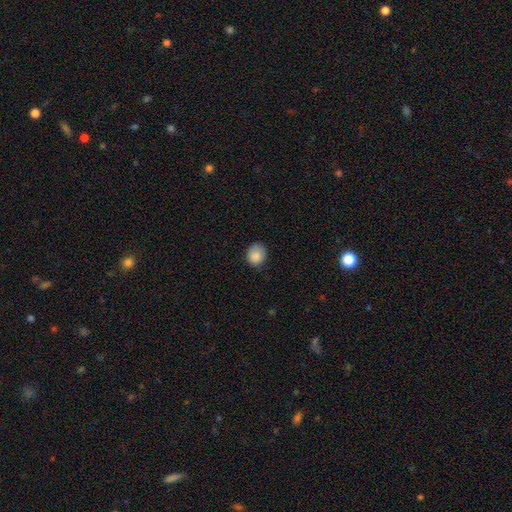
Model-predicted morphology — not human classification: smooth 86%, star or artifact 9%, featured or disk 5%. Down the decision tree: how rounded — round (68%); merging — none (71%).